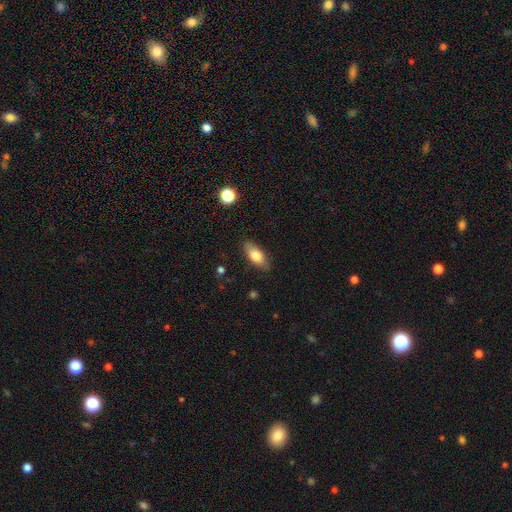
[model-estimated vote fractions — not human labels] Overall: smooth (76%). How rounded: in between (80%). Merging: none (83%).